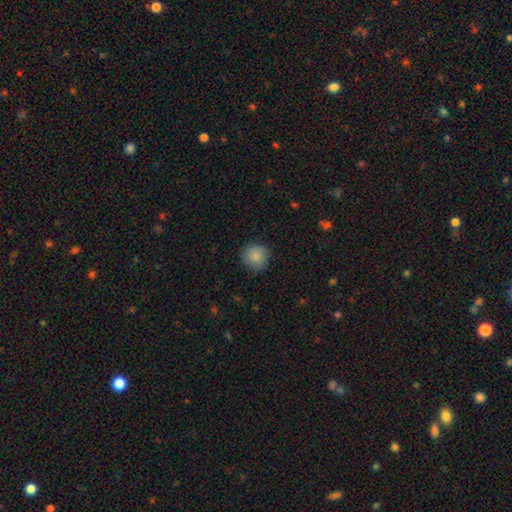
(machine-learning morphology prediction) smooth_or_featured: smooth (p=0.88) [alt: star or artifact p=0.08]
how_rounded: round (p=0.92) [alt: in between p=0.07]
merging: none (p=0.87) [alt: minor disturbance p=0.10]